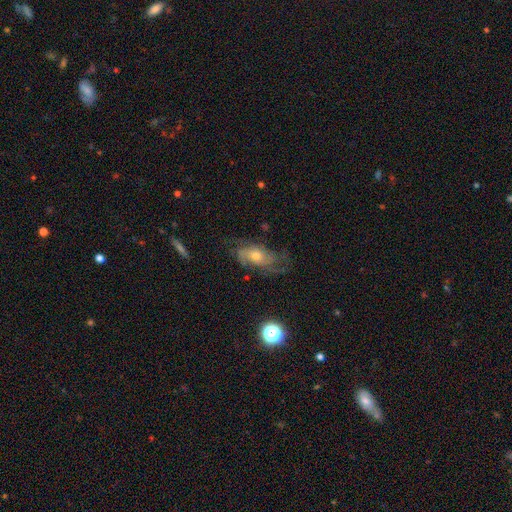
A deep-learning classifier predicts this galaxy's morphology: Smooth or featured: featured or disk — 68% (smooth — 21%)
Edge-on disk: no — 91% (yes — 9%)
Bar: no — 78% (weak — 19%)
Spiral arms: yes — 85% (no — 15%)
Spiral winding: medium — 41% (tight — 37%)
Spiral arm count: can't tell — 40% (2 — 28%)
Bulge size: moderate — 60% (small — 32%)
Merging: none — 56% (minor disturbance — 24%)